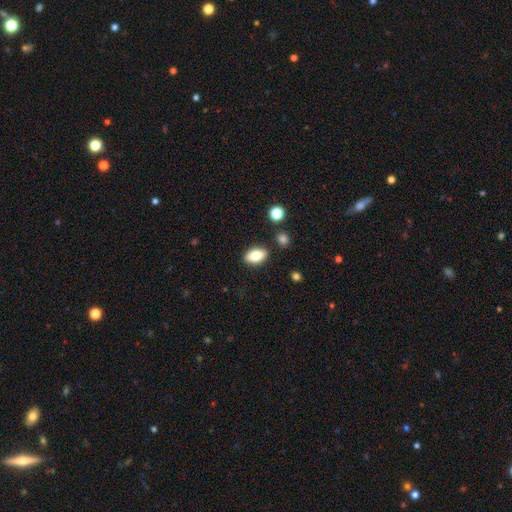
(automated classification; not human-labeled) A smooth galaxy with no disk features (78%) that is in between round and cigar-shaped (87%). Merging: none (86%).